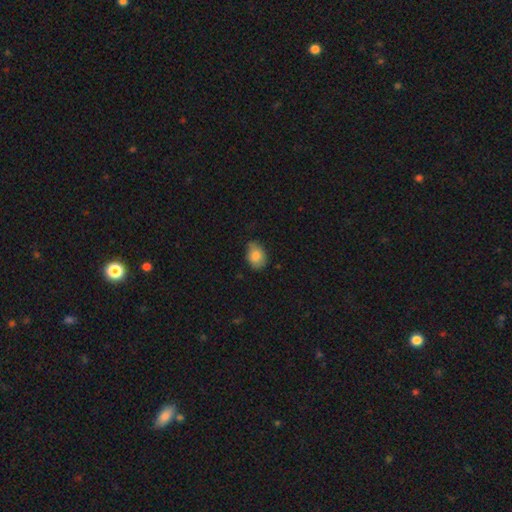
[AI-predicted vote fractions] smooth-or-featured: smooth: 82% | featured or disk: 10% | star or artifact: 8%
  how-rounded: in between: 62% | round: 37% | cigar-shaped: 1%
  merging: none: 60% | minor disturbance: 32% | major disturbance: 6% | merger: 2%